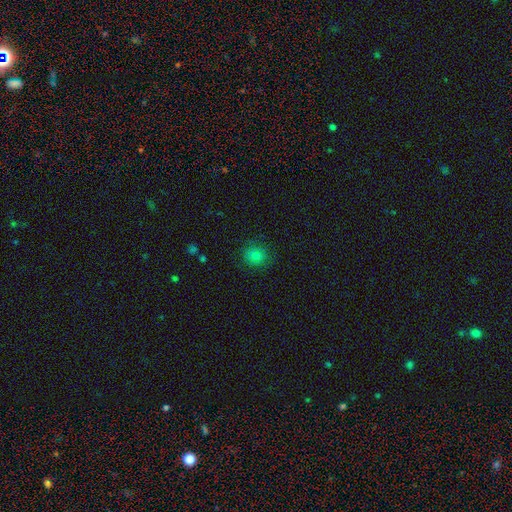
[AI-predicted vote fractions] This appears to be a smooth galaxy with no disk features (77%) that is round (88%). Merging: none (86%).